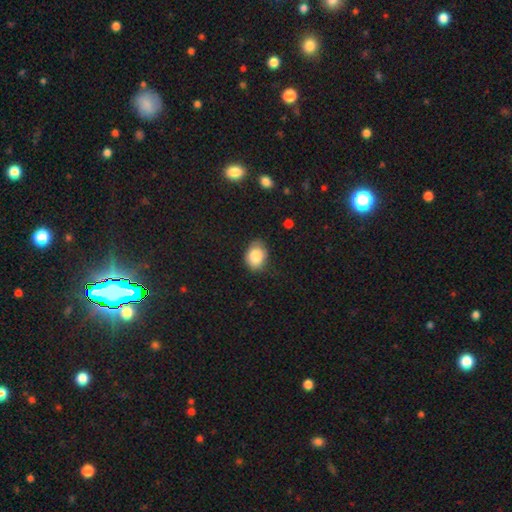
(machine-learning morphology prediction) type=smooth (85%); roundness=in between (69%); merging=none (68%).